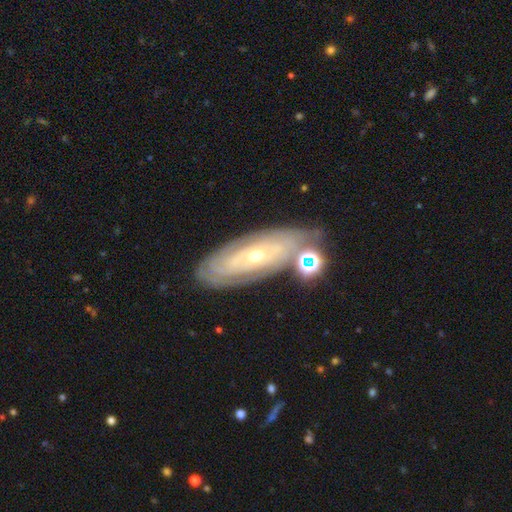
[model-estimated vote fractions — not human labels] Smooth or featured? Predicted: featured or disk (p=0.79). Edge-on disk? Predicted: no (p=0.86). Bar? Predicted: no (p=0.76). Spiral arms? Predicted: yes (p=0.83). Spiral winding? Predicted: tight (p=0.82). Spiral arm count? Predicted: can't tell (p=0.63). Bulge size? Predicted: small (p=0.56). Merging? Predicted: none (p=0.73).